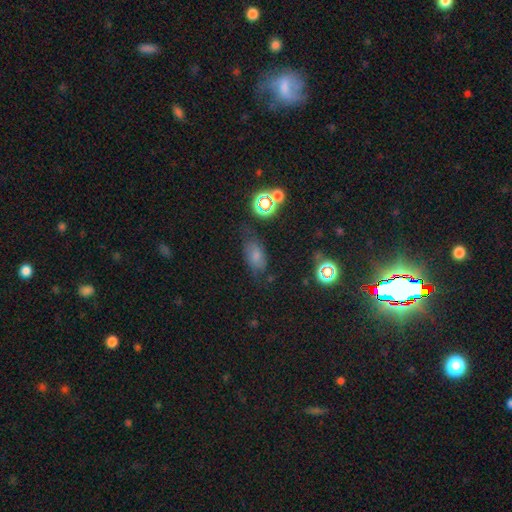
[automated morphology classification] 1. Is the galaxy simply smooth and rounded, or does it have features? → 59% smooth, 21% featured or disk, 20% star or artifact.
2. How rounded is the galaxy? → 84% in between, 11% round, 5% cigar-shaped.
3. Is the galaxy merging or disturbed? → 58% none, 26% minor disturbance, 13% major disturbance, 4% merger.